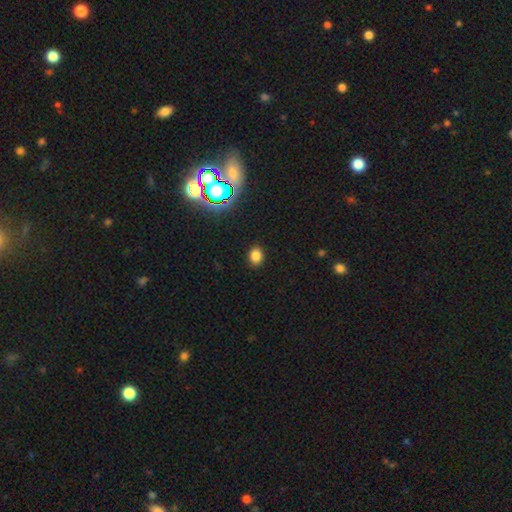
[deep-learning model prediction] smooth-or-featured: smooth: 80% | star or artifact: 15% | featured or disk: 5%
  how-rounded: round: 52% | in between: 47% | cigar-shaped: 1%
  merging: none: 90% | minor disturbance: 7% | major disturbance: 2% | merger: 1%